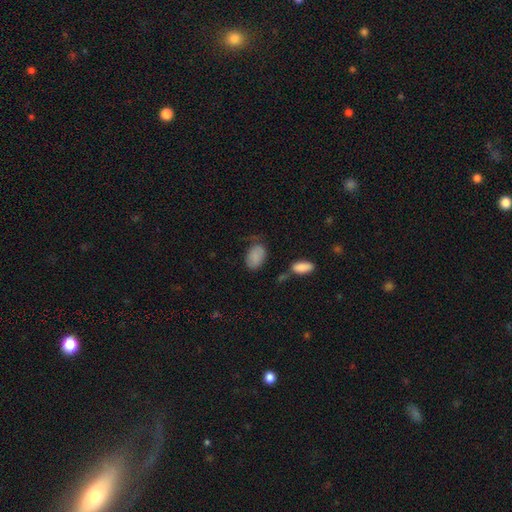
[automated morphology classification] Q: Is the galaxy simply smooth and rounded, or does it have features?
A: smooth — 84%.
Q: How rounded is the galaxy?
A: in between — 90%.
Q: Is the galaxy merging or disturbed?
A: none — 48%.